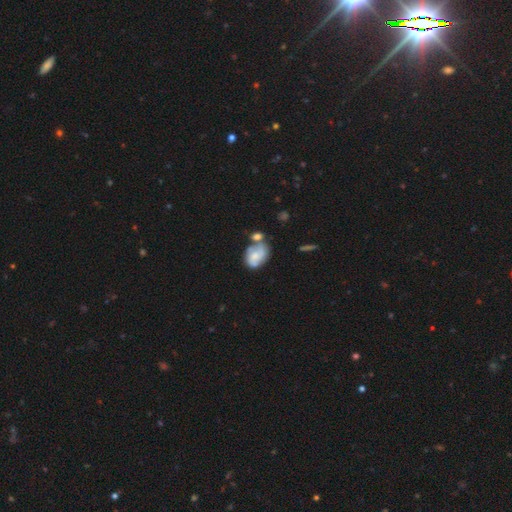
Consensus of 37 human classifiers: Smooth or featured: smooth — 59% (featured or disk — 38%)
How rounded: in between — 68% (round — 32%)
Merging: none — 36% (minor disturbance — 33%)